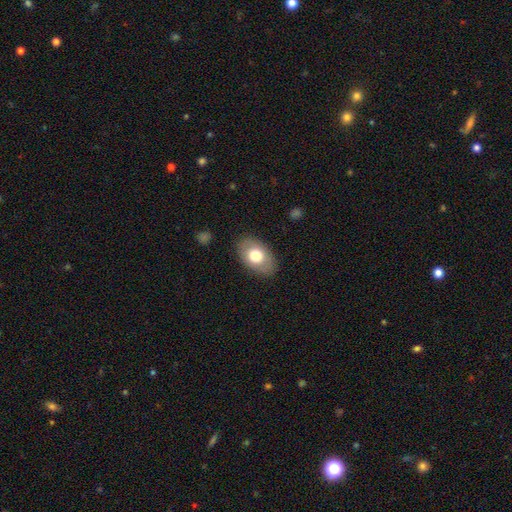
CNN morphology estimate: smooth_or_featured: smooth (p=0.72) [alt: featured or disk p=0.21]
how_rounded: in between (p=0.87) [alt: round p=0.12]
merging: none (p=0.84) [alt: minor disturbance p=0.11]